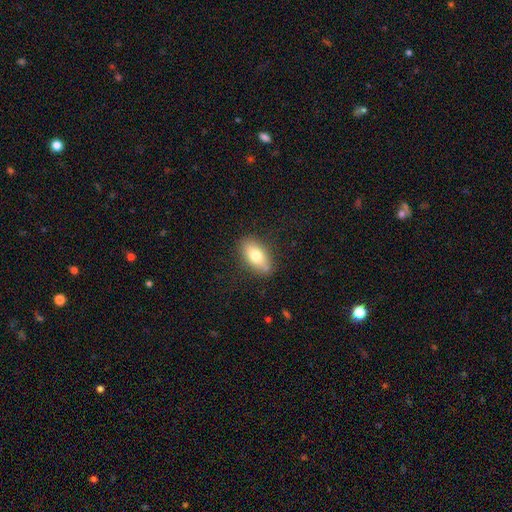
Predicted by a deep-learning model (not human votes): Smooth or featured: smooth — 76% (featured or disk — 16%)
How rounded: in between — 89% (round — 6%)
Merging: none — 79% (minor disturbance — 14%)